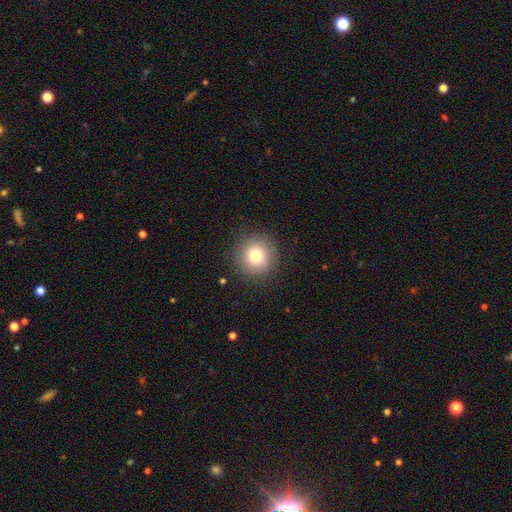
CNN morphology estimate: Smooth or featured?
  - smooth: 78% *
  - featured or disk: 11%
  - star or artifact: 11%
How rounded?
  - round: 94% *
  - in between: 5%
  - cigar-shaped: 1%
Merging?
  - none: 89% *
  - minor disturbance: 7%
  - major disturbance: 3%
  - merger: 1%